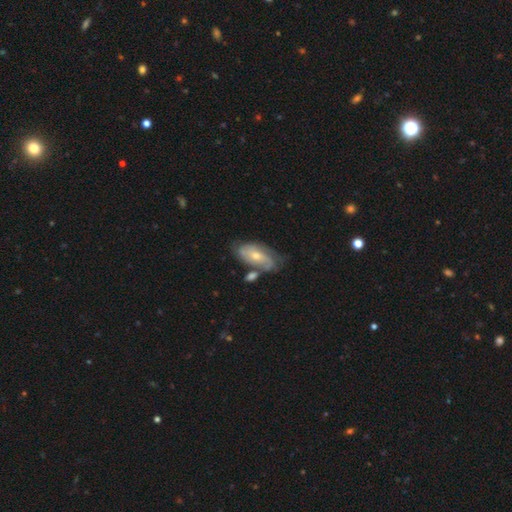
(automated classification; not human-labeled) Smooth or featured?
  - featured or disk: 62% *
  - smooth: 32%
  - star or artifact: 6%
Edge-on disk?
  - no: 91% *
  - yes: 9%
Bar?
  - no: 67% *
  - weak: 27%
  - strong: 6%
Spiral arms?
  - yes: 82% *
  - no: 18%
Bulge size?
  - moderate: 52% *
  - small: 43%
  - large: 2%
  - none: 1%
  - dominant: 1%
Merging?
  - none: 51% *
  - minor disturbance: 23%
  - merger: 17%
  - major disturbance: 9%